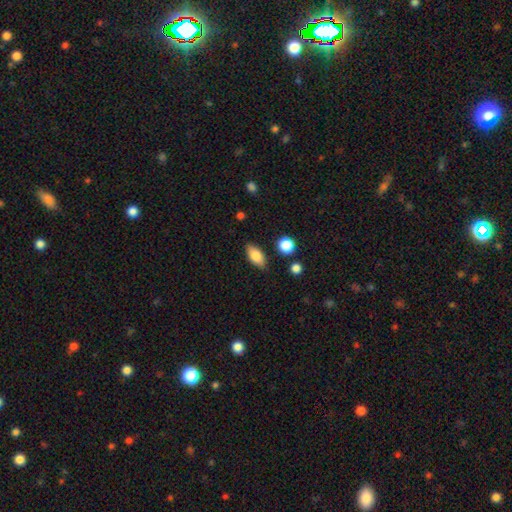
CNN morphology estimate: type=smooth (81%); roundness=in between (88%); merging=none (84%).